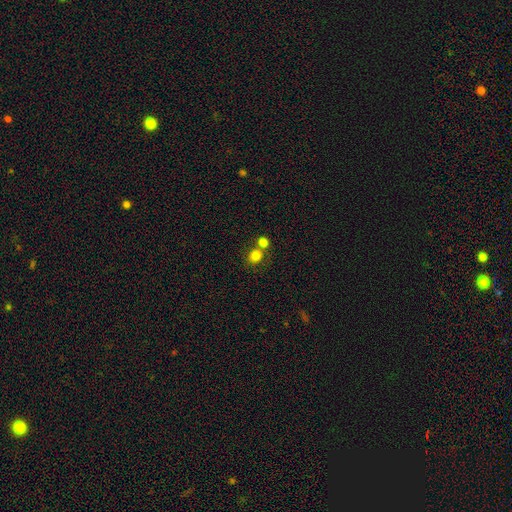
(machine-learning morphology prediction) Smooth or featured?
  - smooth: 81% *
  - star or artifact: 12%
  - featured or disk: 7%
How rounded?
  - round: 75% *
  - in between: 24%
  - cigar-shaped: 1%
Merging?
  - none: 53% *
  - merger: 35%
  - minor disturbance: 9%
  - major disturbance: 4%